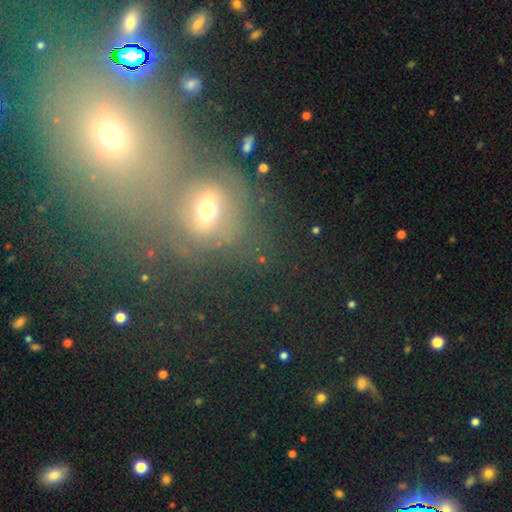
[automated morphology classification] smooth 40% (tied), star or artifact 40% (tied), featured or disk 20%. Down the decision tree: merging — merger (43%).